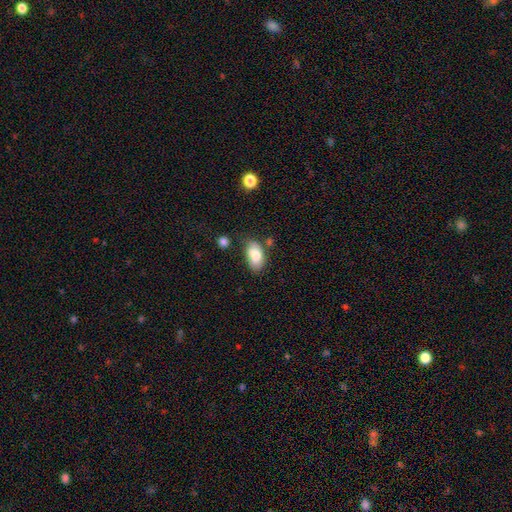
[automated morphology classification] Q: Smooth or featured?
A: smooth (78%); runner-up: featured or disk (15%)
Q: How rounded?
A: in between (92%); runner-up: round (5%)
Q: Merging?
A: none (59%); runner-up: minor disturbance (24%)